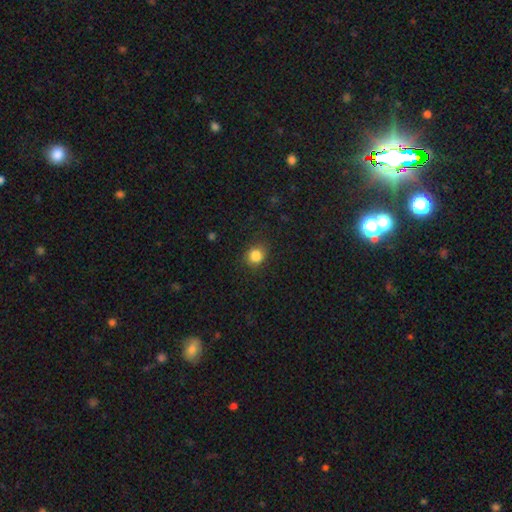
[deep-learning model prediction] smooth-or-featured: smooth: 85% | star or artifact: 11% | featured or disk: 4%
  how-rounded: round: 79% | in between: 20% | cigar-shaped: 1%
  merging: none: 84% | minor disturbance: 12% | major disturbance: 3% | merger: 1%